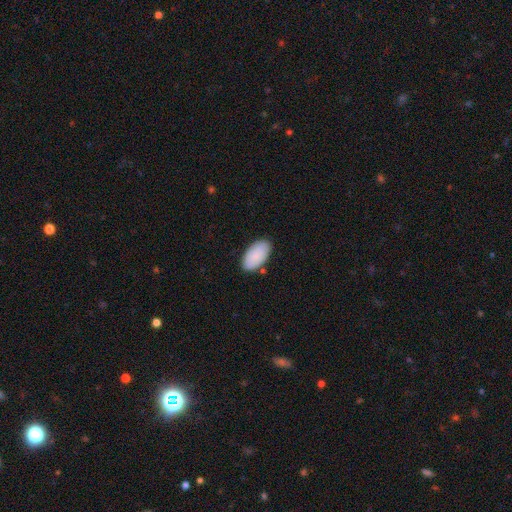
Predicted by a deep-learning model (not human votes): This is clearly a smooth galaxy (88%). How rounded: clearly in between (96%). Merging: clearly none (83%).